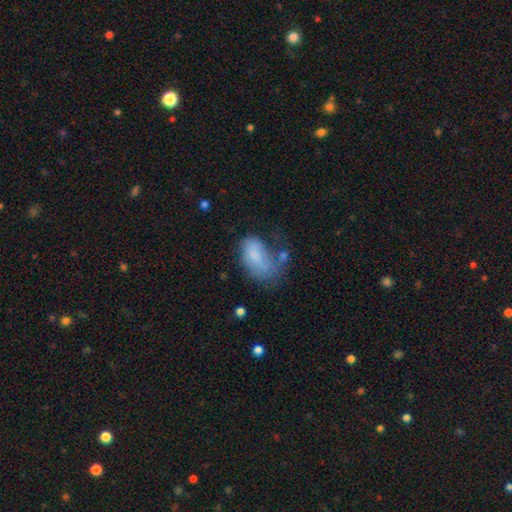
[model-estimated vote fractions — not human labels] A smooth galaxy with no disk features (66%) that is in between round and cigar-shaped (92%). Merging: major disturbance (37%).